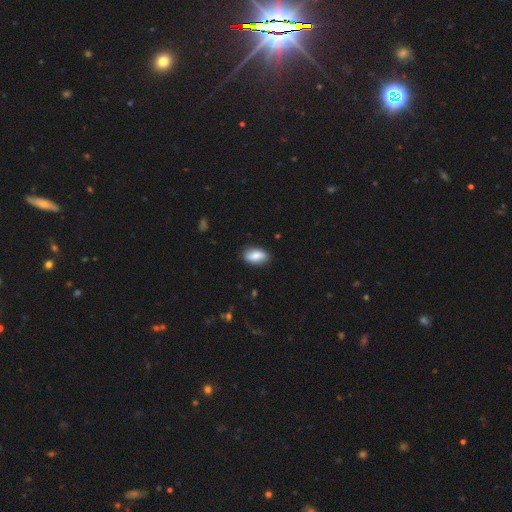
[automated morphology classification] This appears to be a smooth galaxy with no disk features (81%) that is in between round and cigar-shaped (90%). Merging: none (85%).